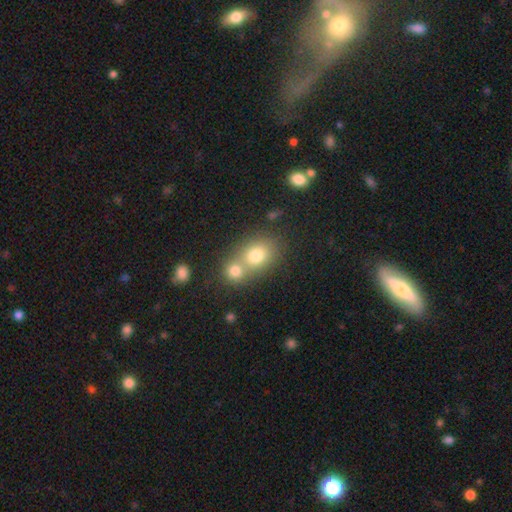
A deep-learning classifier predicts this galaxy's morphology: smooth 75%, featured or disk 12%, star or artifact 12%. Down the decision tree: how rounded — round (55%); merging — merger (53%).